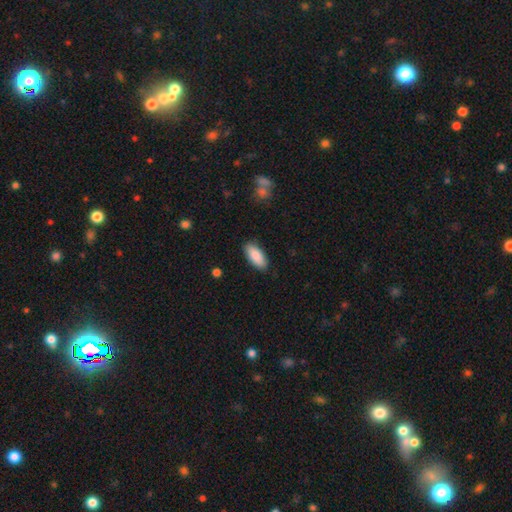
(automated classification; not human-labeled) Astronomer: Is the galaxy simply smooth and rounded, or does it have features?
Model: smooth — 88%.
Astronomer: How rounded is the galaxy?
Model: in between — 85%.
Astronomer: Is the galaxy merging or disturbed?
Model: none — 87%.